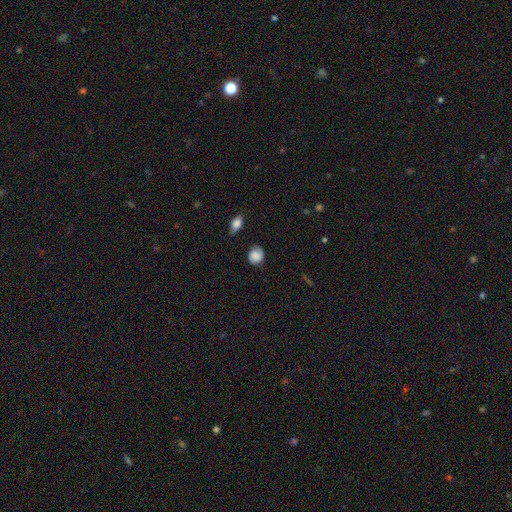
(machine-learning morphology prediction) Smooth or featured? smooth (60%)
How rounded? round (73%)
Merging? none (69%)